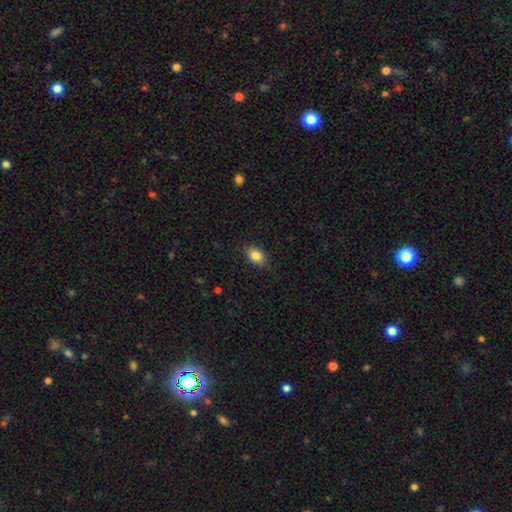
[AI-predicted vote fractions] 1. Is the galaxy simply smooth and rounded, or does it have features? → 84% smooth, 8% star or artifact, 8% featured or disk.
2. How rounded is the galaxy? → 81% in between, 16% round, 2% cigar-shaped.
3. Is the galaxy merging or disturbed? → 83% none, 13% minor disturbance, 3% major disturbance, 1% merger.